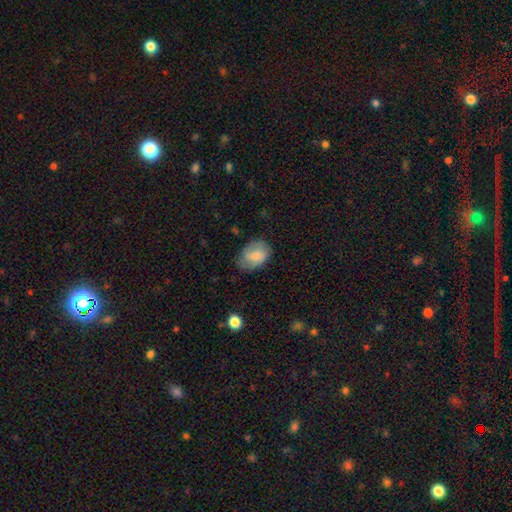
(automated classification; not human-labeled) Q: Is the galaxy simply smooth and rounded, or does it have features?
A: smooth — 71%.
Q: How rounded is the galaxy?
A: in between — 74%.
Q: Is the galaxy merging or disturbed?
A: none — 64%.